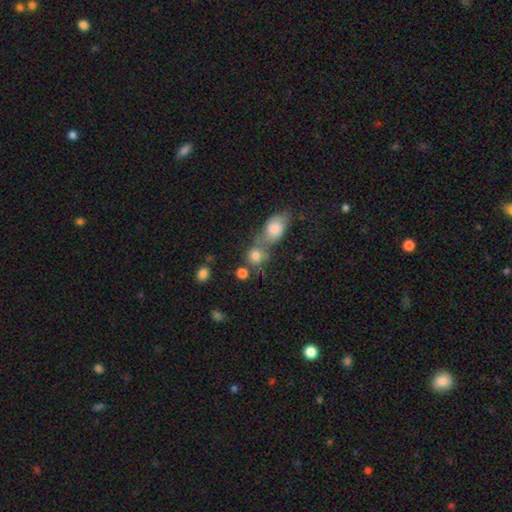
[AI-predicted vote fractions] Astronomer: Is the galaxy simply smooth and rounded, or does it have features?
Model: smooth — 80%.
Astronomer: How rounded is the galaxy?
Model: round — 80%.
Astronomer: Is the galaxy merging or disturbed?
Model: merger — 43%, tied with none at 43%.